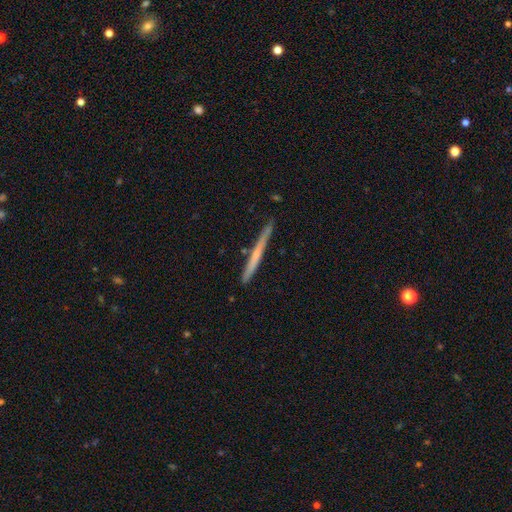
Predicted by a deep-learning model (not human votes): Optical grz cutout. It shows a featured or disk galaxy (48%). Merging: none (86%).